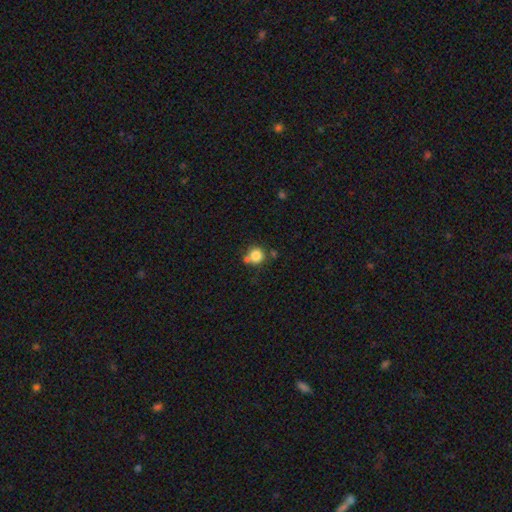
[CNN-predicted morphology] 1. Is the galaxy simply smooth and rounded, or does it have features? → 82% smooth, 10% star or artifact, 7% featured or disk.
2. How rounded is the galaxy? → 91% round, 8% in between, 1% cigar-shaped.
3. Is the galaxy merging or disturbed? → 63% none, 21% merger, 12% minor disturbance, 4% major disturbance.